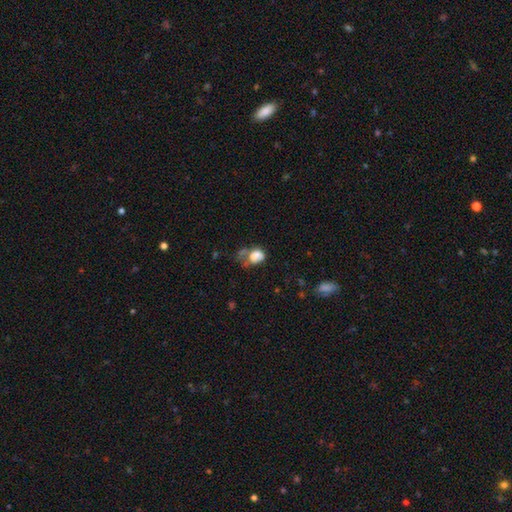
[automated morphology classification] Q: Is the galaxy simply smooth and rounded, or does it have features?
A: smooth — 63%.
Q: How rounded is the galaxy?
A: in between — 71%.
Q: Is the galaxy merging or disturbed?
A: major disturbance — 32%.